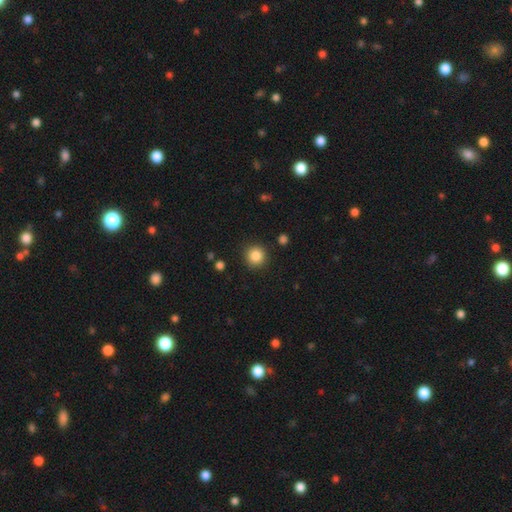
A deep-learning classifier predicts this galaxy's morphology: Overall: smooth (86%). How rounded: round (94%). Merging: none (90%).